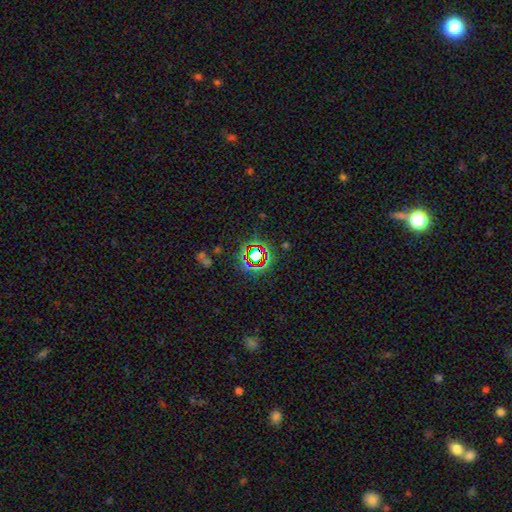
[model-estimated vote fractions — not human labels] Overall: star or artifact (72%).